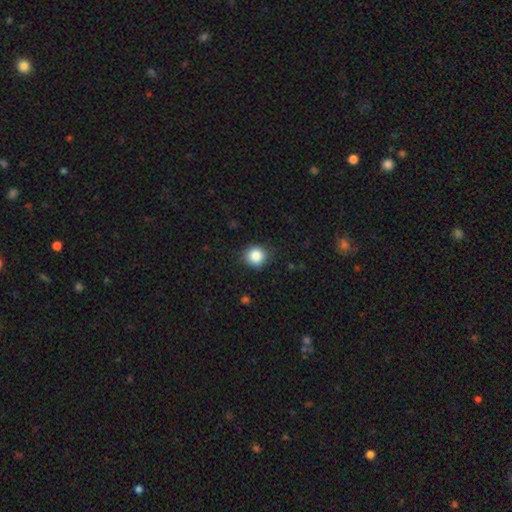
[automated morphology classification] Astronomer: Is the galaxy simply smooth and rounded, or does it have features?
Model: smooth — 86%.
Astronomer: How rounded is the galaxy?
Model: round — 90%.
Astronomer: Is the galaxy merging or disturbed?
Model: none — 84%.